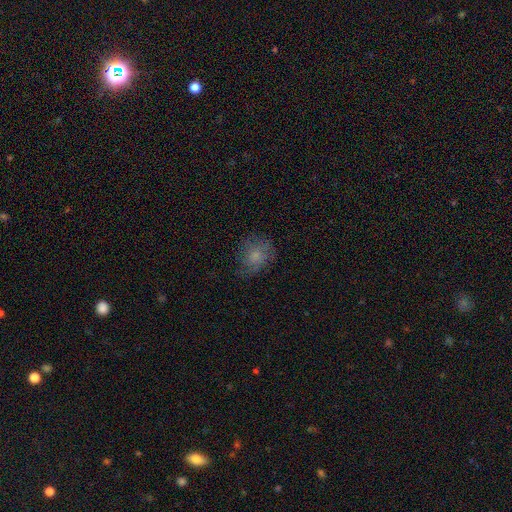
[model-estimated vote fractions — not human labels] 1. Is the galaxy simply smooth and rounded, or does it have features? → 68% smooth, 21% featured or disk, 11% star or artifact.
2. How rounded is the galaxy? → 59% round, 40% in between, 1% cigar-shaped.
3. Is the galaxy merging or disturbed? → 63% none, 23% minor disturbance, 12% major disturbance, 1% merger.